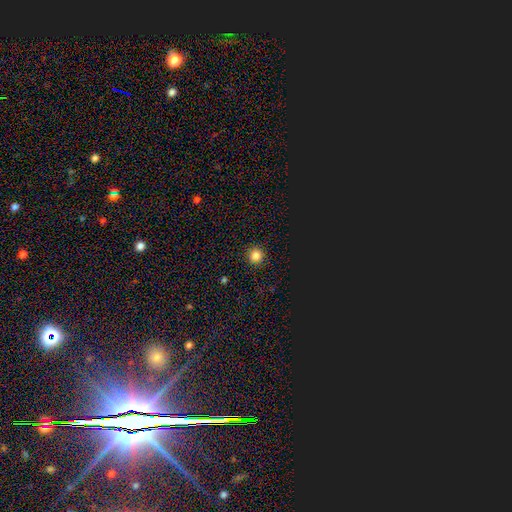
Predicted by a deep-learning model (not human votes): smooth-or-featured: smooth: 82% | star or artifact: 15% | featured or disk: 4%
  how-rounded: round: 94% | in between: 5% | cigar-shaped: 1%
  merging: none: 92% | minor disturbance: 5% | major disturbance: 2% | merger: 1%